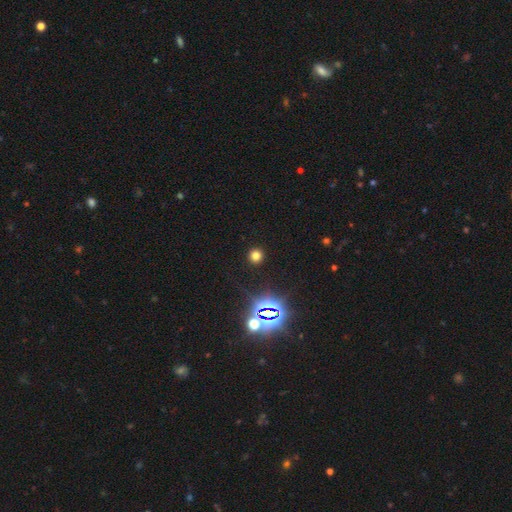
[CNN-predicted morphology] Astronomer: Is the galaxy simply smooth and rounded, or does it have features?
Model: smooth — 69%.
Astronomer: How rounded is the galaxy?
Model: round — 93%.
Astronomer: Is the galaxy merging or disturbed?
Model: none — 91%.